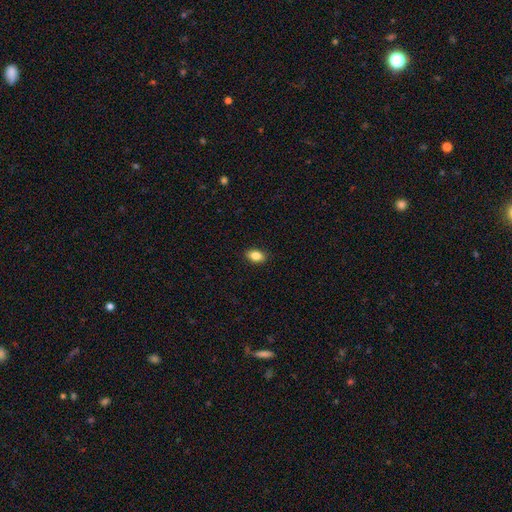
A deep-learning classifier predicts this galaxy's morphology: smooth_or_featured: smooth (p=0.86) [alt: star or artifact p=0.08]
how_rounded: in between (p=0.86) [alt: round p=0.11]
merging: none (p=0.89) [alt: minor disturbance p=0.08]